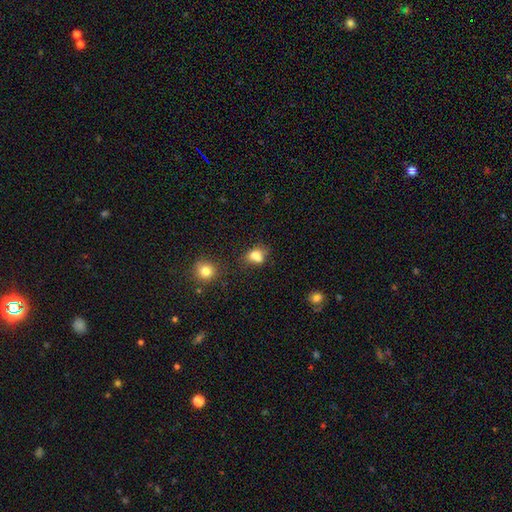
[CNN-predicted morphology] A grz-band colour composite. It shows a smooth galaxy with no disk features (76%) that is in between round and cigar-shaped (62%). Merging: none (42%).